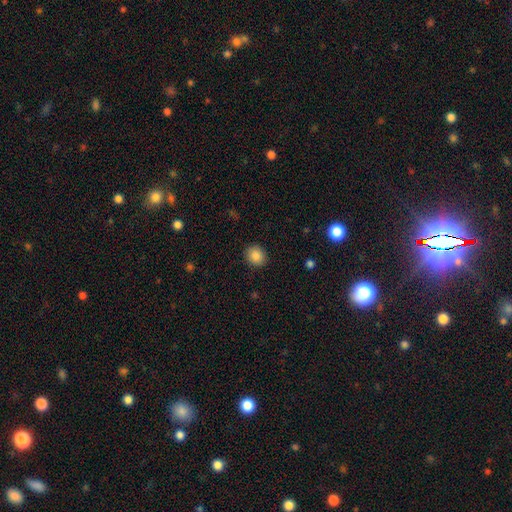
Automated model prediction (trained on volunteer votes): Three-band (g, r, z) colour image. It shows a smooth galaxy with no disk features (87%) that is round (76%). Merging: none (90%).